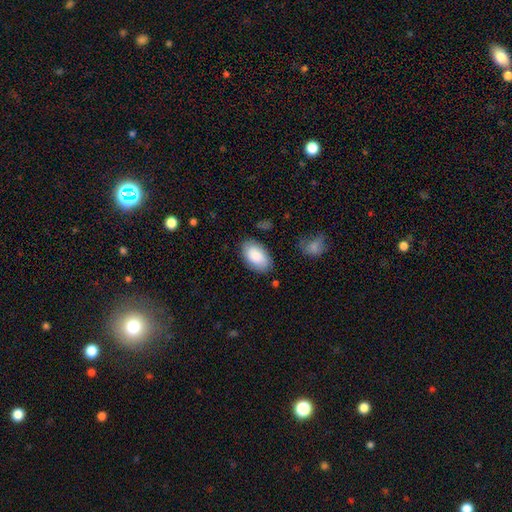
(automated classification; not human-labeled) A smooth galaxy with no disk features (85%) that is in between round and cigar-shaped (95%). Merging: none (82%).